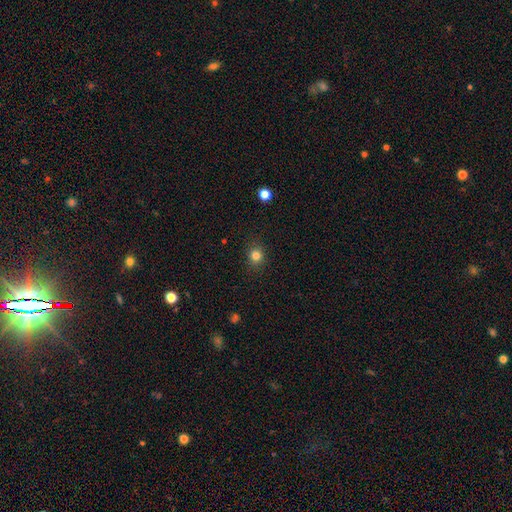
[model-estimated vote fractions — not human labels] smooth 81%, star or artifact 14%, featured or disk 6%. Down the decision tree: how rounded — round (80%); merging — none (88%).